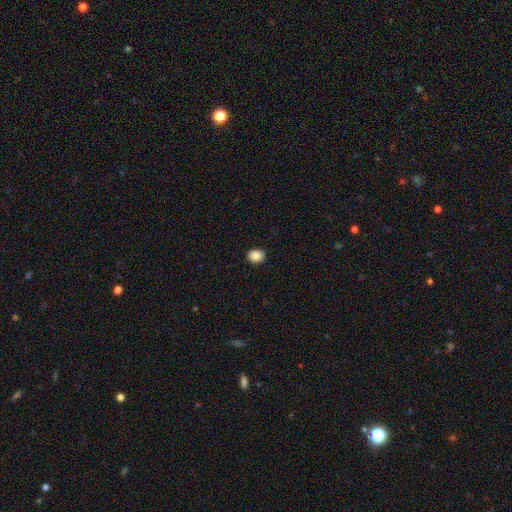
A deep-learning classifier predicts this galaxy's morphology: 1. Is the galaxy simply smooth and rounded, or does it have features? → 88% smooth, 9% star or artifact, 3% featured or disk.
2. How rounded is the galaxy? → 64% round, 35% in between, 1% cigar-shaped.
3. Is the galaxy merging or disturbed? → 91% none, 7% minor disturbance, 2% major disturbance, 1% merger.